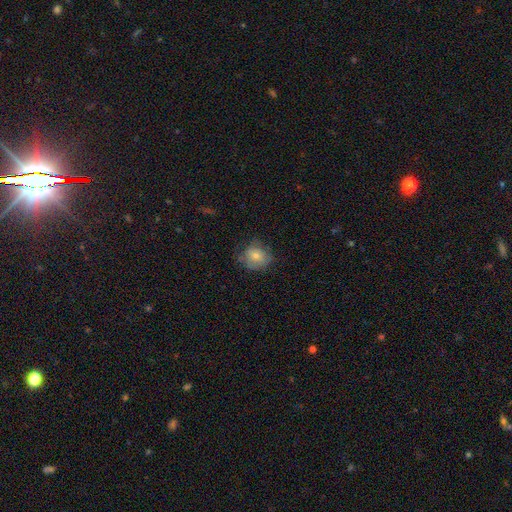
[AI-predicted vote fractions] Q: Smooth or featured?
A: smooth (64%); runner-up: featured or disk (26%)
Q: How rounded?
A: round (75%); runner-up: in between (24%)
Q: Merging?
A: none (66%); runner-up: minor disturbance (23%)